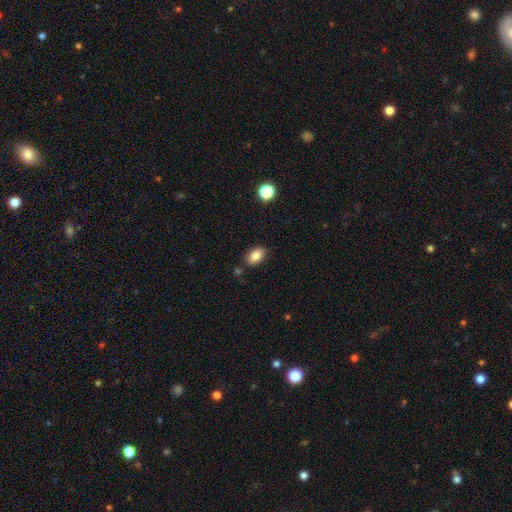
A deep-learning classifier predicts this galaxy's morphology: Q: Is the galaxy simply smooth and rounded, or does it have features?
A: smooth — 85%.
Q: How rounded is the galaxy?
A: in between — 89%.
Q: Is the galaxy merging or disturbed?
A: none — 83%.